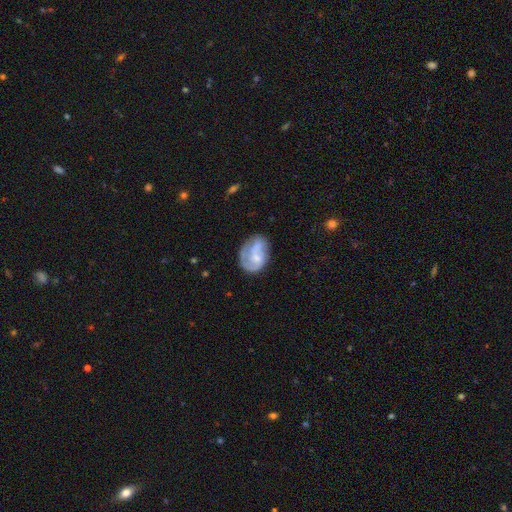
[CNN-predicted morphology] smooth_or_featured: featured or disk (p=0.61) [alt: smooth p=0.32]
disk_edge_on: no (p=0.97) [alt: yes p=0.03]
bar: no (p=0.69) [alt: weak p=0.26]
has_spiral_arms: yes (p=0.75) [alt: no p=0.25]
bulge_size: small (p=0.51) [alt: moderate p=0.30]
merging: none (p=0.47) [alt: minor disturbance p=0.28]